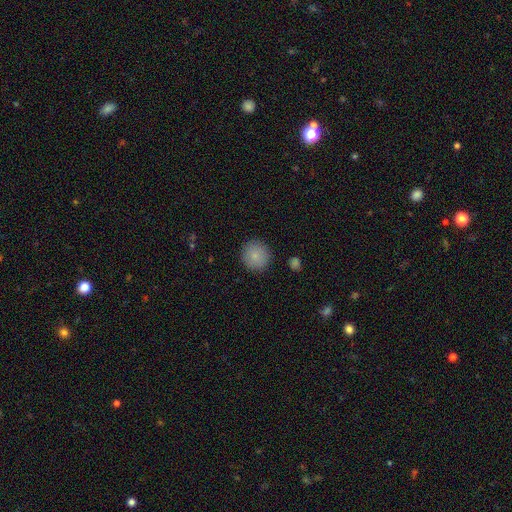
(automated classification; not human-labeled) smooth 85%, star or artifact 8%, featured or disk 7%. Down the decision tree: how rounded — round (93%); merging — none (89%).